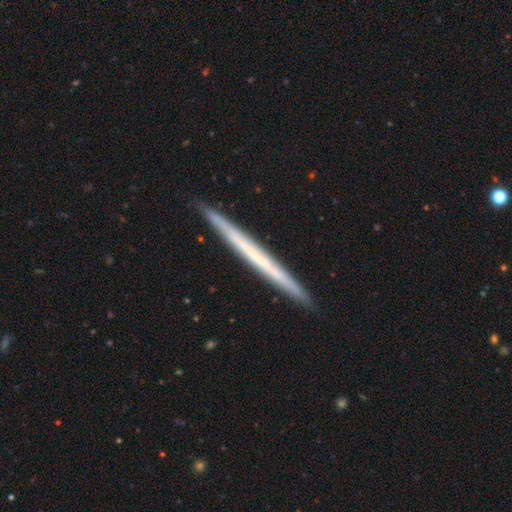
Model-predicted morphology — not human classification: The model was most divided on "smooth or featured": featured or disk: 54%, smooth: 40%, star or artifact: 6%. More confident: edge-on disk — yes (97%); edge-on bulge — none (92%); merging — none (92%).